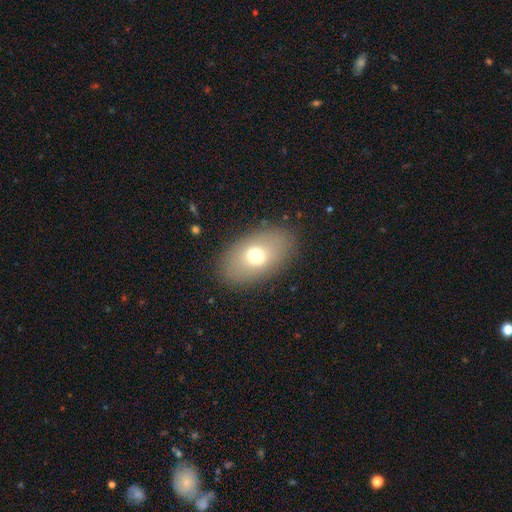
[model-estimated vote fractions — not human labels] Overall: smooth (69%). How rounded: in between (87%). Merging: none (86%).